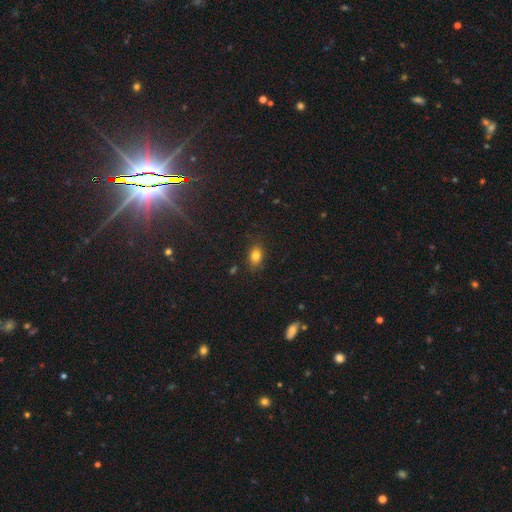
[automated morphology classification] A smooth galaxy with no disk features (81%) that is in between round and cigar-shaped (75%). Merging: none (81%).